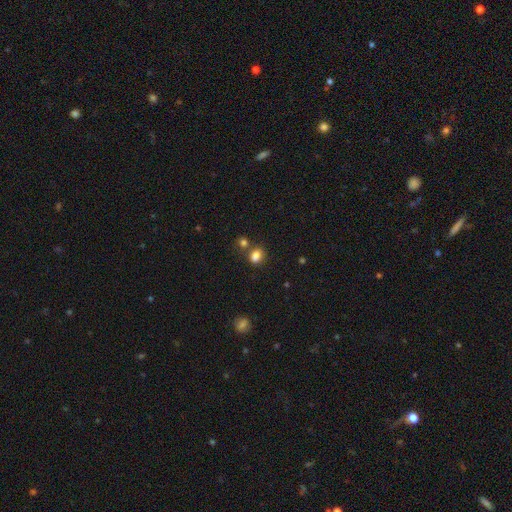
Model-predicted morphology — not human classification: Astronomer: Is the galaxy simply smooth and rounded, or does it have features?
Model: smooth — 82%.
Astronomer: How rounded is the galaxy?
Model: in between — 65%.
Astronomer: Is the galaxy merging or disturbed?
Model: none — 61%.